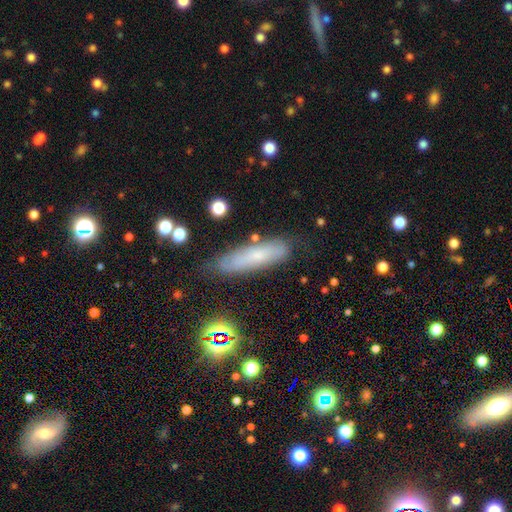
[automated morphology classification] Q: Smooth or featured?
A: smooth (56%); runner-up: featured or disk (32%)
Q: How rounded?
A: cigar-shaped (71%); runner-up: in between (27%)
Q: Merging?
A: none (77%); runner-up: minor disturbance (16%)